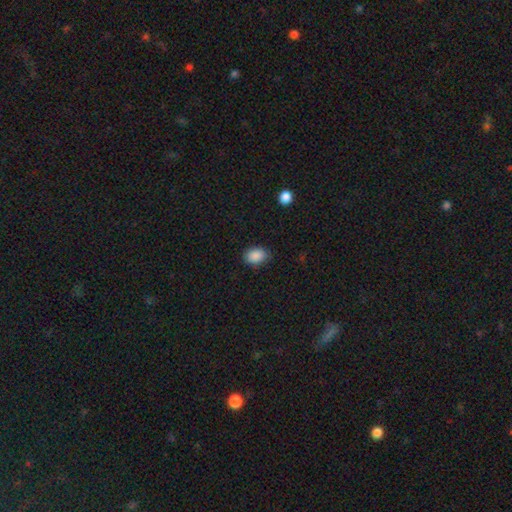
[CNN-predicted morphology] smooth 89%, star or artifact 8%, featured or disk 3%. Down the decision tree: how rounded — in between (77%); merging — none (82%).